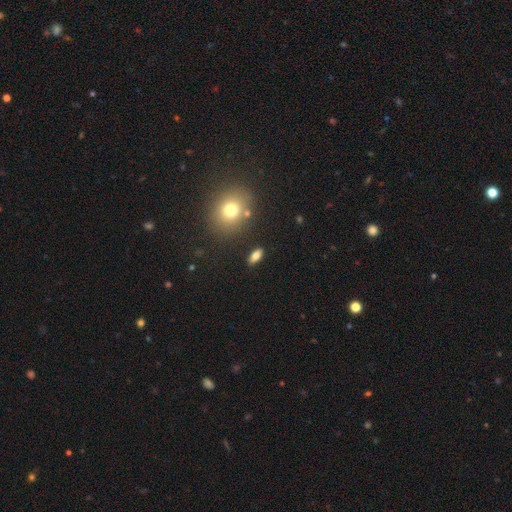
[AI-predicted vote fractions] smooth_or_featured: smooth (p=0.77) [alt: featured or disk p=0.13]
how_rounded: in between (p=0.76) [alt: cigar-shaped p=0.17]
merging: none (p=0.87) [alt: minor disturbance p=0.08]